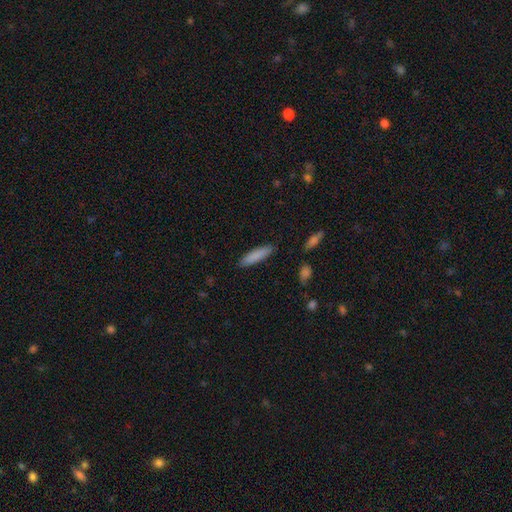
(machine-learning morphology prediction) The model was most divided on "how rounded": cigar-shaped: 76%, in between: 22%, round: 1%. More confident: merging — none (88%); smooth or featured — smooth (85%).